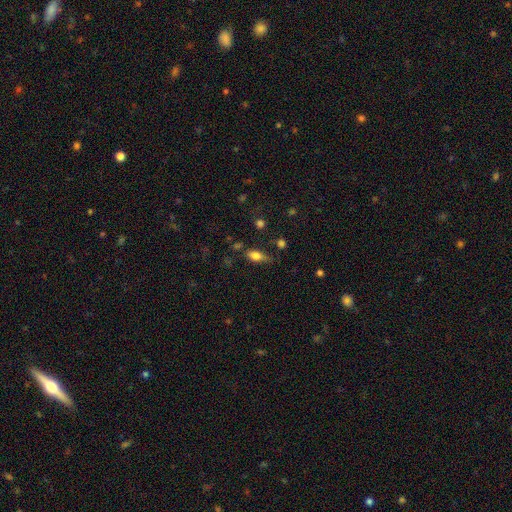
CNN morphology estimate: Smooth or featured: smooth — 75% (featured or disk — 15%)
How rounded: in between — 81% (cigar-shaped — 13%)
Merging: none — 59% (minor disturbance — 27%)